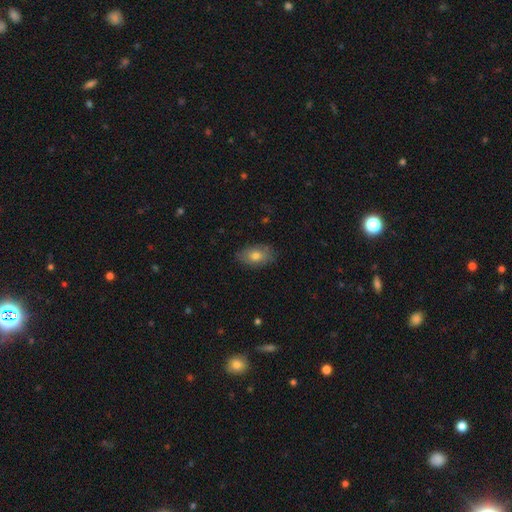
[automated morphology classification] smooth_or_featured: smooth (p=0.76) [alt: featured or disk p=0.16]
how_rounded: in between (p=0.88) [alt: round p=0.11]
merging: none (p=0.82) [alt: minor disturbance p=0.14]